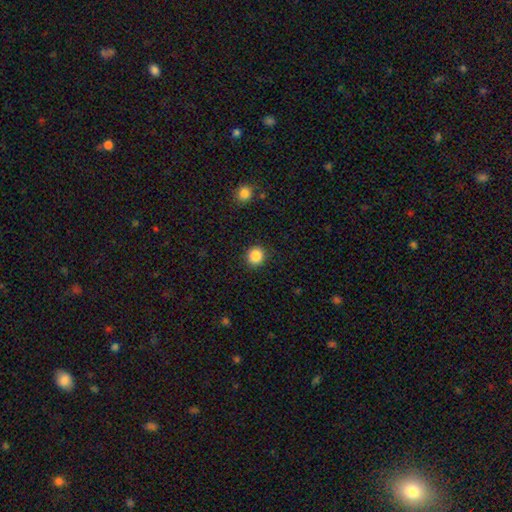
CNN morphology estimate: A smooth galaxy with no disk features (87%) that is round (88%). Merging: none (90%).